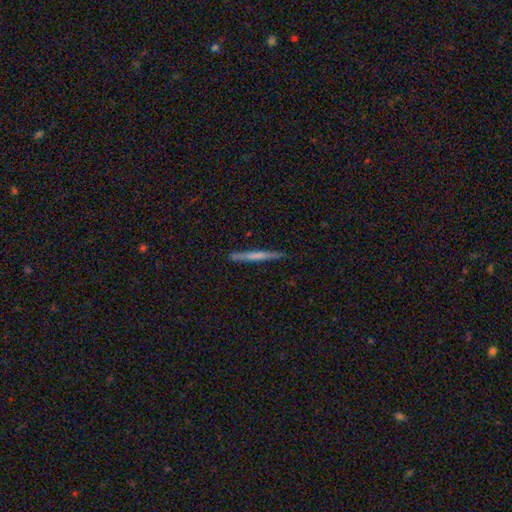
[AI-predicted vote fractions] smooth 50%, featured or disk 44%, star or artifact 6%. Down the decision tree: how rounded — cigar-shaped (96%); merging — none (90%).